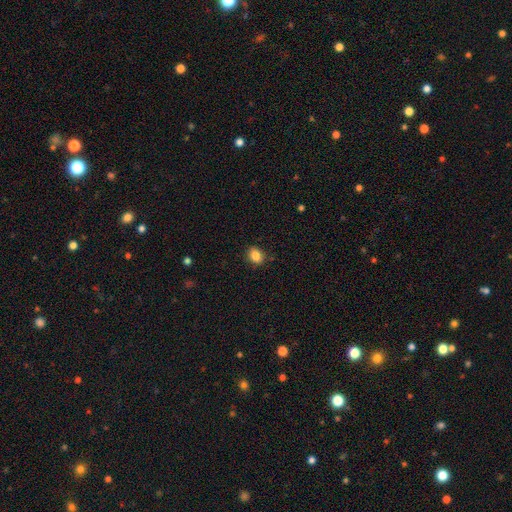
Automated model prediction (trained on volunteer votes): Smooth or featured? Predicted: smooth (p=0.86). How rounded? Predicted: in between (p=0.55). Merging? Predicted: none (p=0.85).